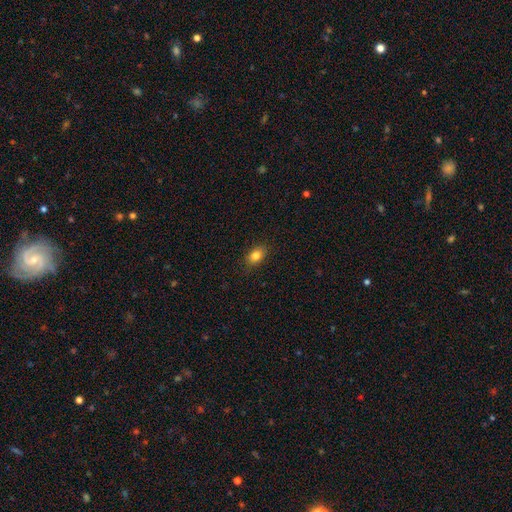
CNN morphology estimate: This appears to be a smooth galaxy with no disk features (82%) that is in between round and cigar-shaped (78%). Merging: none (86%).